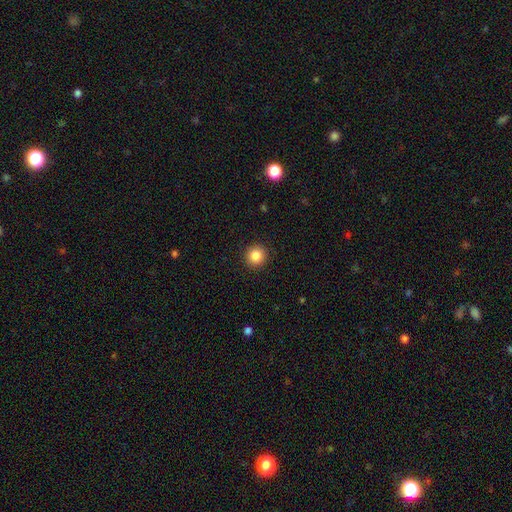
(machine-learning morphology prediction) This is clearly a smooth galaxy (86%). How rounded: clearly round (94%). Merging: clearly none (92%).